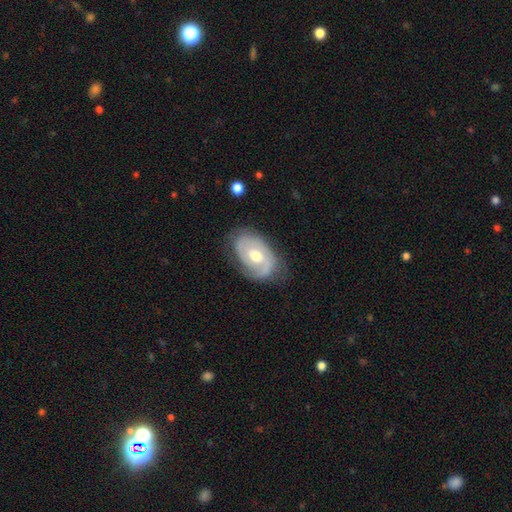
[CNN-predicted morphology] A featured or disk galaxy (75%) with no bar (60%), 2 (53%) tight (52%) spiral arms (82%) and a moderate central bulge (76%). Merging: none (68%).